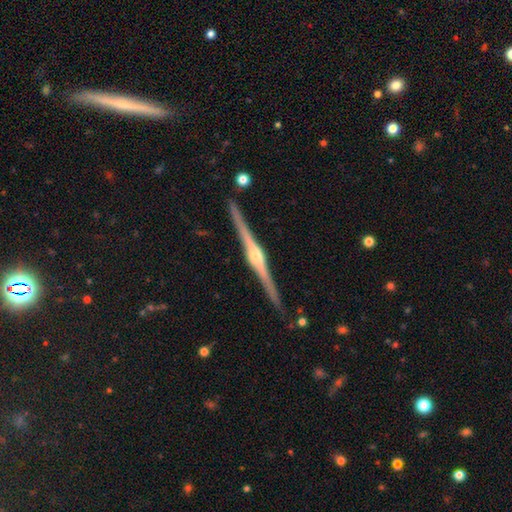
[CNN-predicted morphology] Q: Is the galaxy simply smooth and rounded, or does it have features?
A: featured or disk — 89%.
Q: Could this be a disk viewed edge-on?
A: yes — 99%.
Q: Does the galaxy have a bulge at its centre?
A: rounded — 86%.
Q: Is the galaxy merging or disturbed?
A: none — 91%.